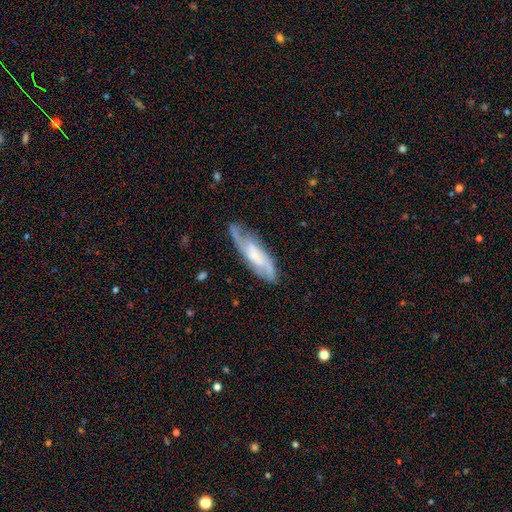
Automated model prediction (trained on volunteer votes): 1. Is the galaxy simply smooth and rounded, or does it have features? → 75% featured or disk, 19% smooth, 6% star or artifact.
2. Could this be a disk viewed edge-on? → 79% no, 21% yes.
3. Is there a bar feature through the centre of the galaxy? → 47% no, 38% weak, 14% strong.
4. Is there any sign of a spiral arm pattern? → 94% yes, 6% no.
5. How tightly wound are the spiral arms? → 48% medium, 30% tight, 22% loose.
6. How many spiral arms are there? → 63% 2, 18% can't tell, 11% 3, 4% 1, 3% 4, 2% more than 4.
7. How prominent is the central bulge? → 48% small, 28% moderate, 17% none, 6% large, 1% dominant.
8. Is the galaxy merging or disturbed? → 72% none, 20% minor disturbance, 6% major disturbance, 2% merger.